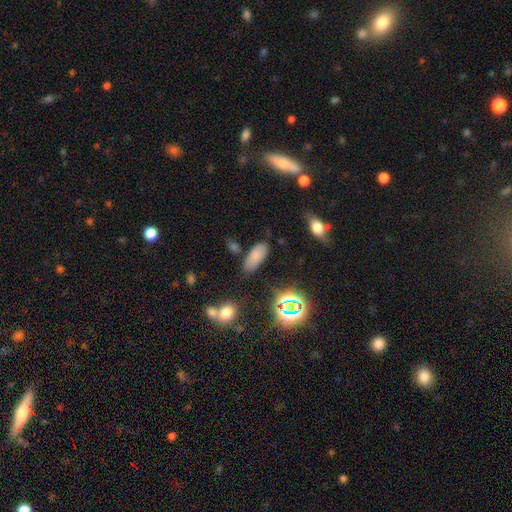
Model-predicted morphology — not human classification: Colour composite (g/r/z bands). It shows a smooth galaxy with no disk features (75%) that is in between round and cigar-shaped (86%). Merging: none (73%).